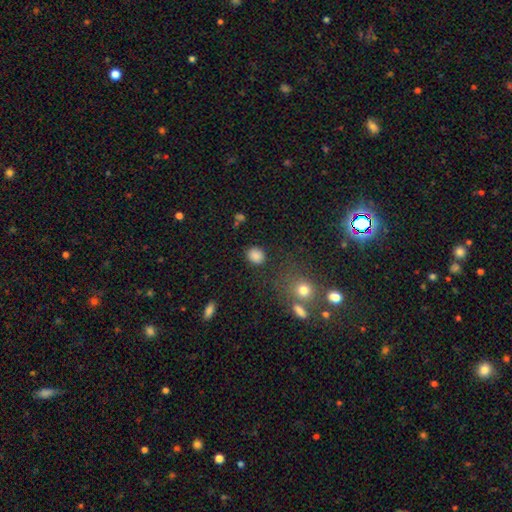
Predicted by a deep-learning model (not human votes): smooth-or-featured: smooth: 85% | star or artifact: 11% | featured or disk: 4%
  how-rounded: round: 68% | in between: 31% | cigar-shaped: 1%
  merging: none: 84% | minor disturbance: 9% | major disturbance: 4% | merger: 3%